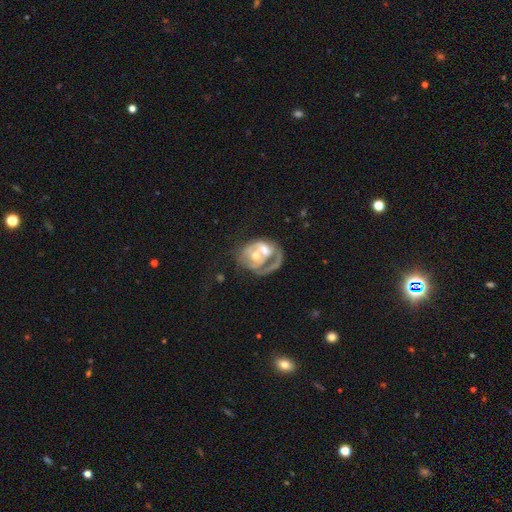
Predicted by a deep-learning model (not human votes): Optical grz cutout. It shows a featured or disk galaxy (69%) with no bar (77%), no spiral arms (53%) and a moderate central bulge (64%). Merging: merger (59%).